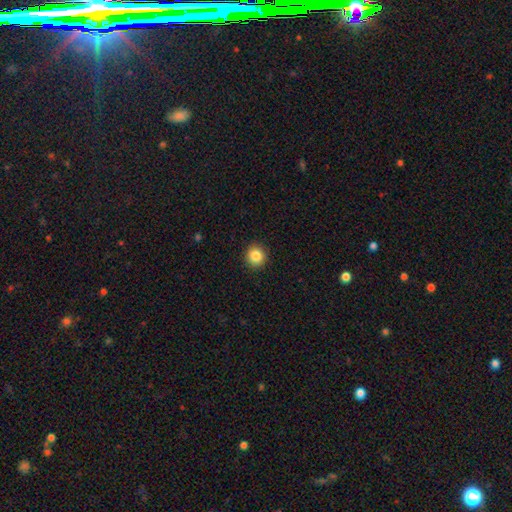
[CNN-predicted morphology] The model was most divided on "smooth or featured": smooth: 85%, star or artifact: 10%, featured or disk: 5%. More confident: merging — none (92%); how rounded — round (92%).